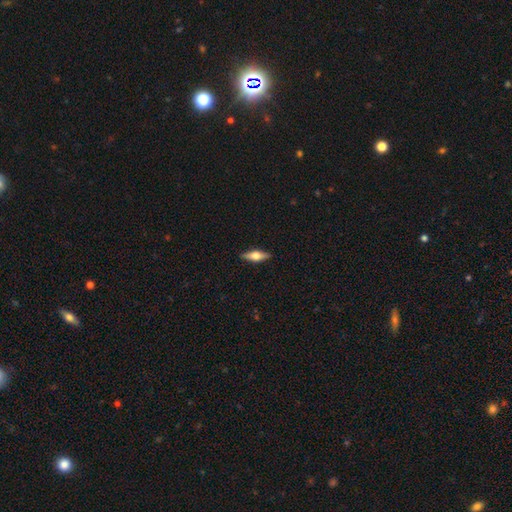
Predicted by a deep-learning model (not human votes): Overall: featured or disk (55%; smooth 38%). Edge-on disk: yes (94%). Edge-on bulge: rounded (93%). Merging: none (89%).